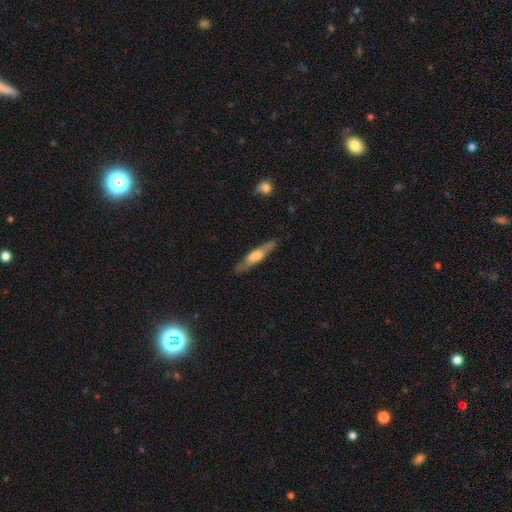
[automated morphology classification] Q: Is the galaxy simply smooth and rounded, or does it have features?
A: smooth — 48%.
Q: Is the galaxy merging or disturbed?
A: none — 84%.